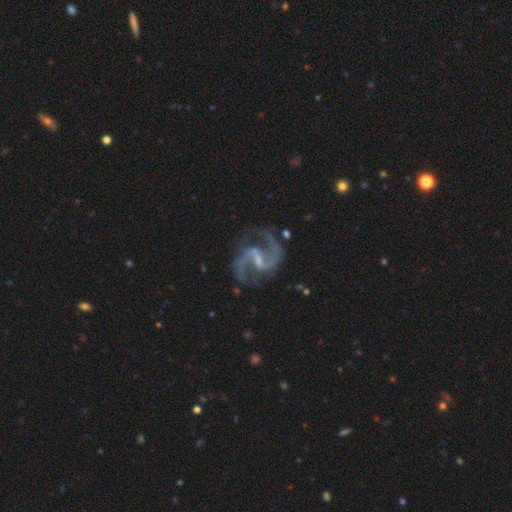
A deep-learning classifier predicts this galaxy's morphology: type=featured or disk (92%); edge-on=no (98%); bar=weak (52%); spiral arms=yes (98%); winding=medium (60%); arm count=2 (93%); bulge=small (59%); merging=none (77%).